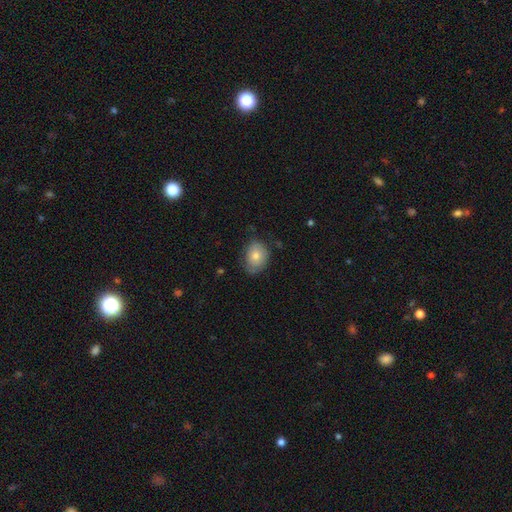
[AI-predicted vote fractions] This is likely a smooth galaxy (72%). How rounded: likely in between (62%). Merging: likely none (67%).